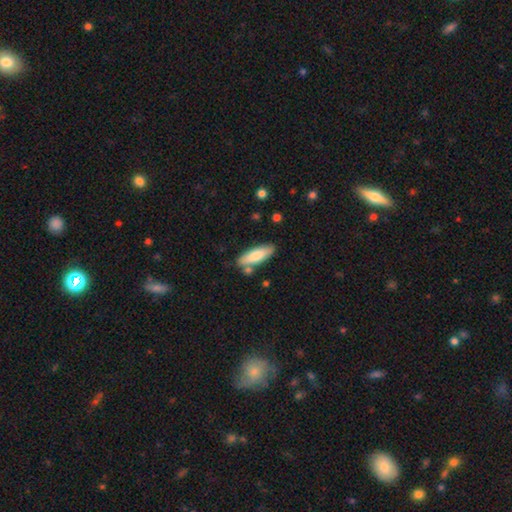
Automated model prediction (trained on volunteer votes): This is likely a smooth galaxy (79%). How rounded: possibly in between (51%). Merging: likely none (76%).